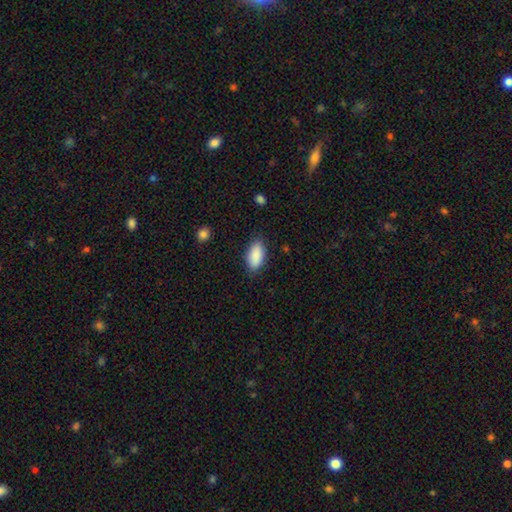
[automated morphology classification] A smooth galaxy with no disk features (89%) that is in between round and cigar-shaped (91%). Merging: none (83%).